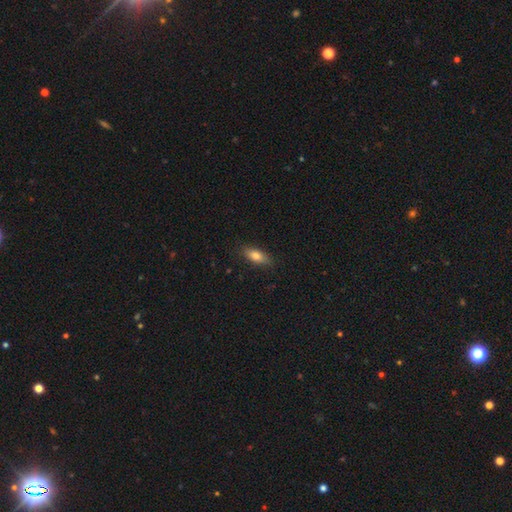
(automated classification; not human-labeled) A smooth galaxy with no disk features (78%) that is in between round and cigar-shaped (72%). Merging: none (85%).